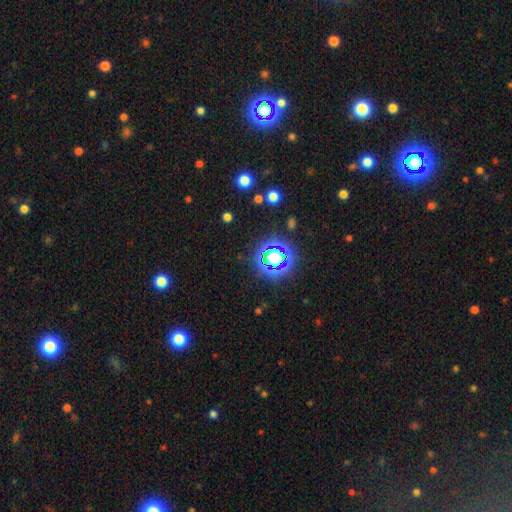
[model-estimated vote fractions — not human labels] Smooth or featured? Predicted: star or artifact (p=0.78).